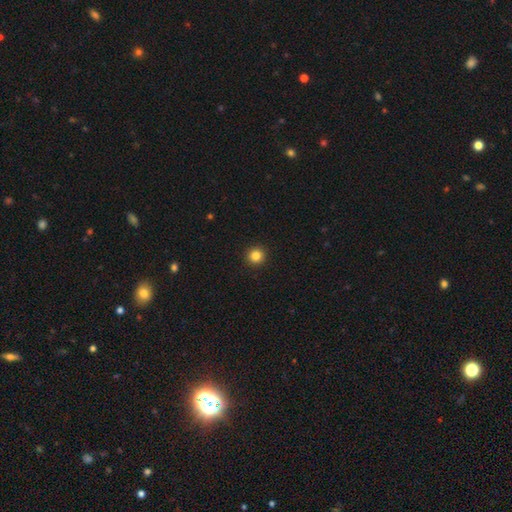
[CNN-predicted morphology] smooth_or_featured: smooth (p=0.84) [alt: star or artifact p=0.12]
how_rounded: round (p=0.96) [alt: in between p=0.03]
merging: none (p=0.94) [alt: minor disturbance p=0.04]